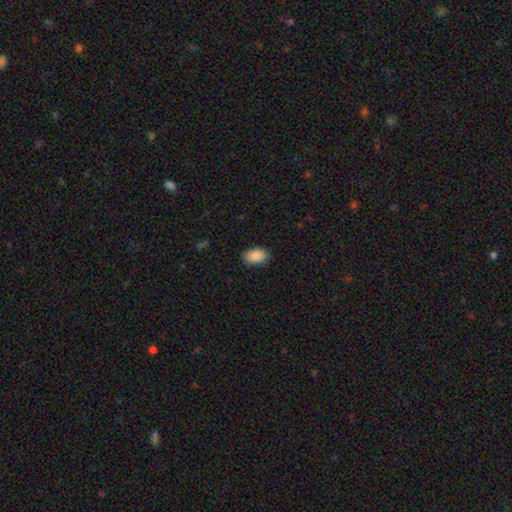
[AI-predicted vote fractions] smooth_or_featured: smooth (p=0.90) [alt: star or artifact p=0.07]
how_rounded: in between (p=0.93) [alt: round p=0.05]
merging: none (p=0.88) [alt: minor disturbance p=0.09]